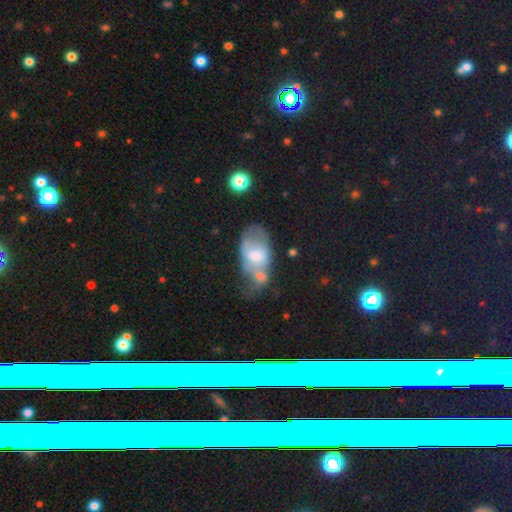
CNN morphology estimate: smooth_or_featured: smooth (p=0.54) [alt: featured or disk p=0.38]
how_rounded: in between (p=0.89) [alt: round p=0.09]
merging: merger (p=0.43) [alt: major disturbance p=0.23]